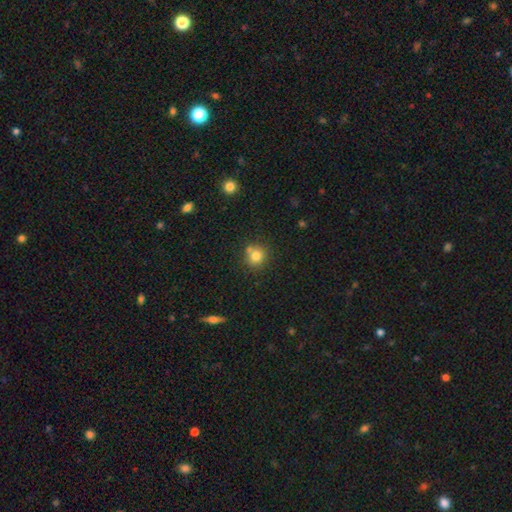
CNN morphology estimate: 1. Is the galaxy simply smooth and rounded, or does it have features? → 80% smooth, 12% star or artifact, 8% featured or disk.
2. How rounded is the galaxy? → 89% round, 10% in between, 1% cigar-shaped.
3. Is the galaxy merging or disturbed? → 66% none, 19% merger, 12% minor disturbance, 3% major disturbance.